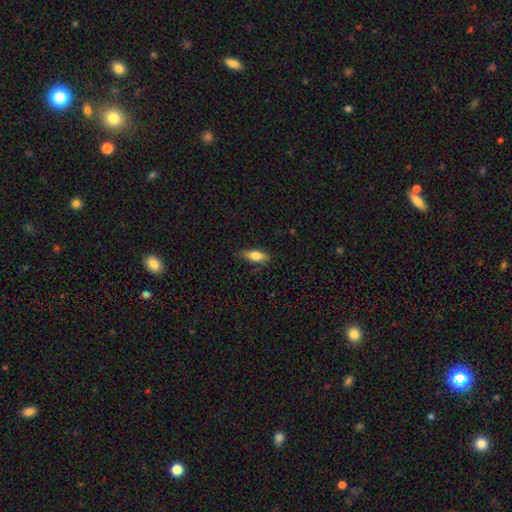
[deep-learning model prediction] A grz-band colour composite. It shows a smooth galaxy with no disk features (74%) that is in between round and cigar-shaped (67%). Merging: none (78%).